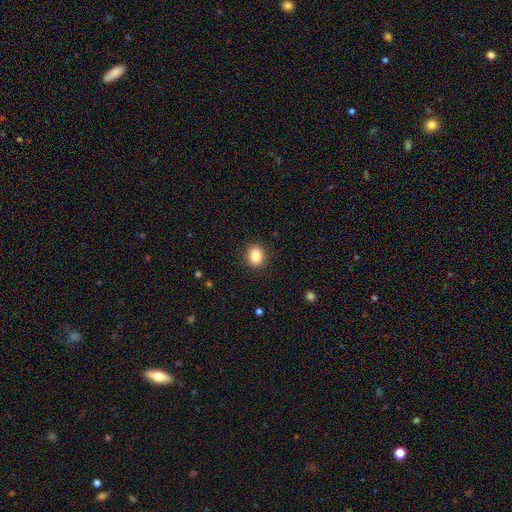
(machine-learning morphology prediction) A smooth galaxy with no disk features (85%) that is round (67%).

Vote fractions:
- Smooth or featured? smooth: 85% / star or artifact: 10% / featured or disk: 5%
- How rounded? round: 67% / in between: 32% / cigar-shaped: 1%
- Merging? none: 90% / minor disturbance: 7% / major disturbance: 2% / merger: 1%